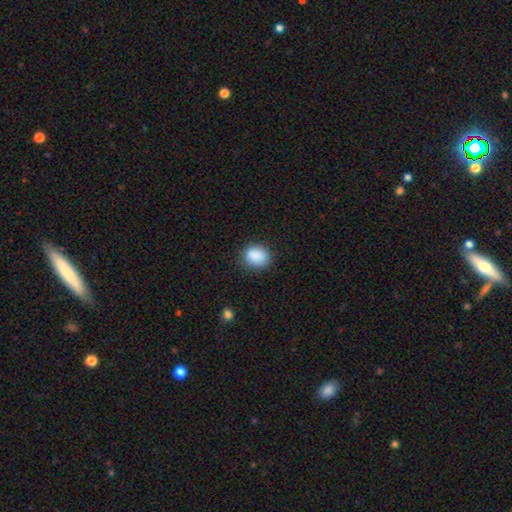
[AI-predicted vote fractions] Overall: smooth (88%). How rounded: round (55%; in between 44%). Merging: none (81%).